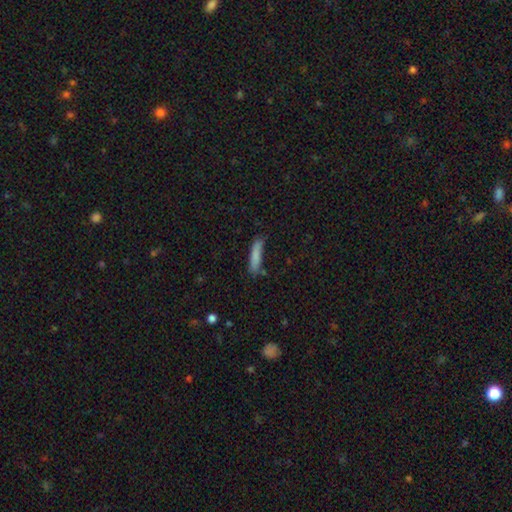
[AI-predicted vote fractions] Smooth or featured? smooth (83%)
How rounded? cigar-shaped (81%)
Merging? none (73%)